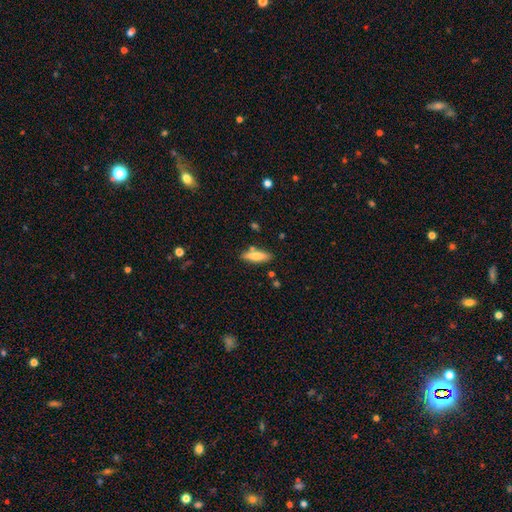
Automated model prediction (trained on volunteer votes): Smooth or featured: smooth — 69% (featured or disk — 25%)
How rounded: cigar-shaped — 55% (in between — 43%)
Merging: none — 79% (minor disturbance — 12%)